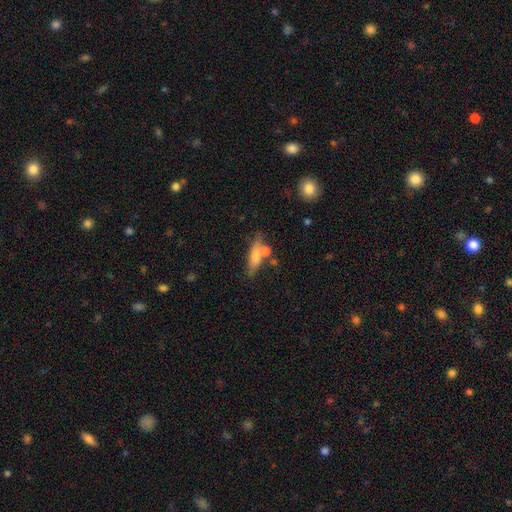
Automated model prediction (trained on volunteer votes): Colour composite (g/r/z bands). It shows a smooth galaxy with no disk features (62%) that is cigar-shaped (52%). Merging: none (55%).